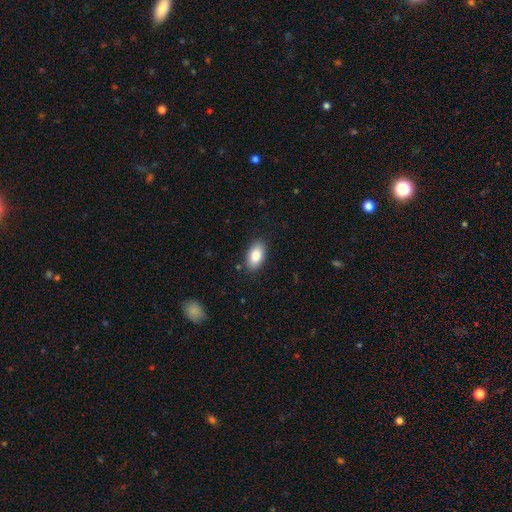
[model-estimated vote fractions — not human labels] This appears to be a smooth galaxy with no disk features (84%) that is in between round and cigar-shaped (93%). Merging: none (86%).